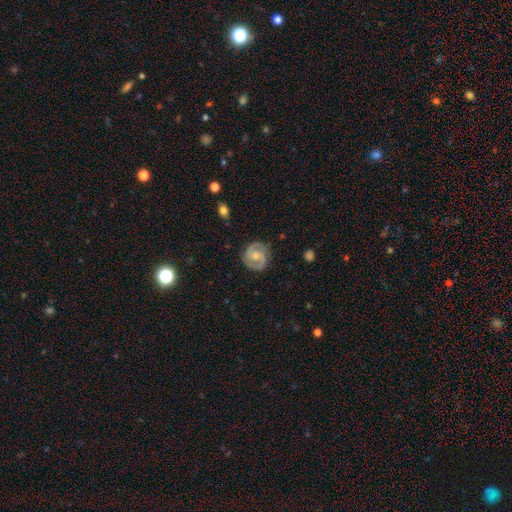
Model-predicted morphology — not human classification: This is clearly a featured or disk galaxy (83%). It is clearly not viewed edge-on (98%). Bar: possibly no (52%). Spiral arm pattern: clearly yes (96%). Spiral arm count: clearly 2 (91%). Spiral winding: possibly tight (48%). Central bulge: possibly moderate (50%). Merging: clearly none (84%).